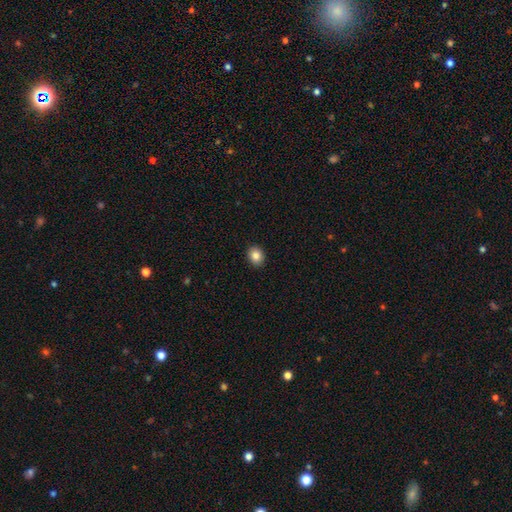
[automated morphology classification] Smooth or featured? smooth (85%)
How rounded? round (58%)
Merging? none (91%)